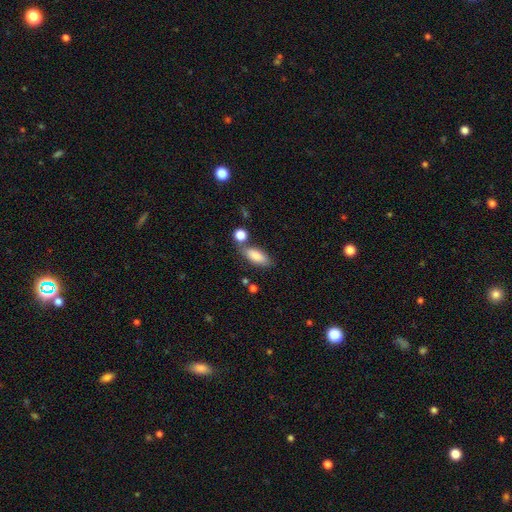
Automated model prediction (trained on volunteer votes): This appears to be a smooth galaxy with no disk features (83%) that is in between round and cigar-shaped (81%). Merging: none (62%).